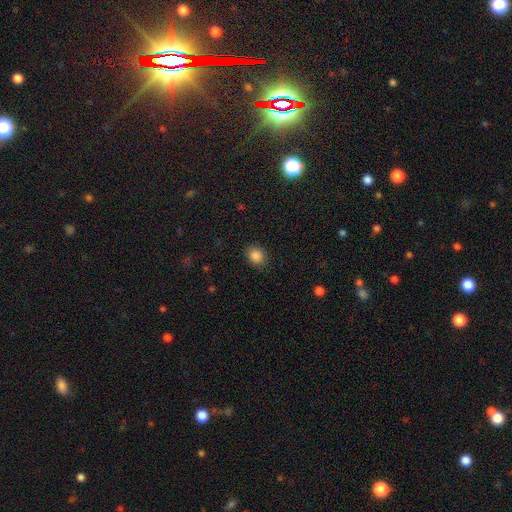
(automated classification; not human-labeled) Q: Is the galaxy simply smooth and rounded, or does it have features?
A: smooth — 86%.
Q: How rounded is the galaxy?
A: round — 56%.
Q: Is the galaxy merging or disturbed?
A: none — 84%.